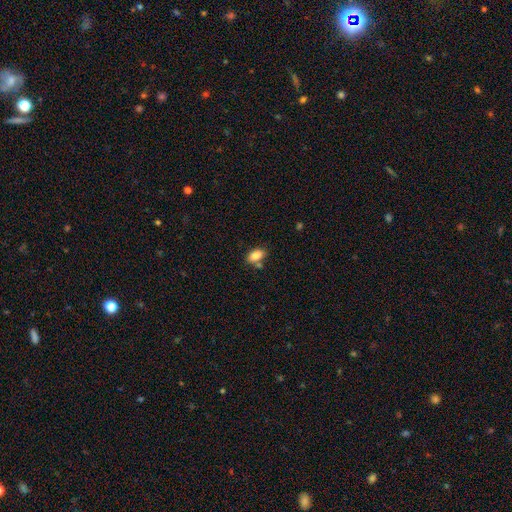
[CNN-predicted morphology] A smooth galaxy with no disk features (85%) that is in between round and cigar-shaped (90%). Merging: none (64%).